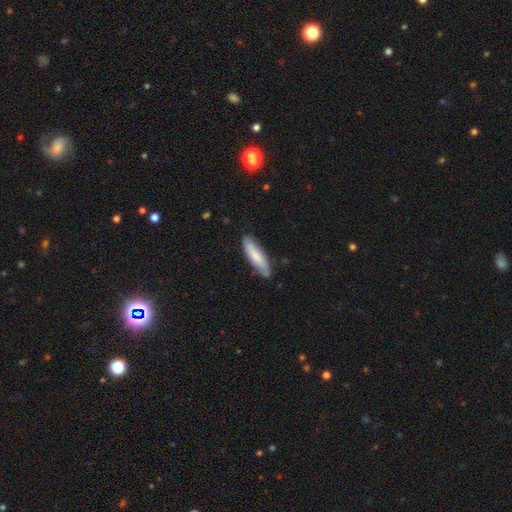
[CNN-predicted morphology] Smooth or featured? Predicted: smooth (p=0.75). How rounded? Predicted: cigar-shaped (p=0.70). Merging? Predicted: none (p=0.80).